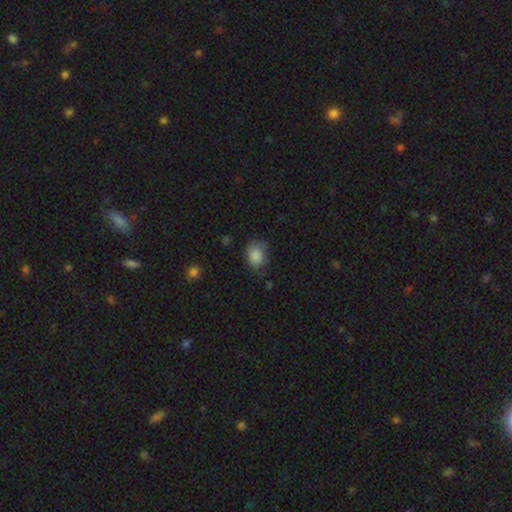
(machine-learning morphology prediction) Smooth or featured: smooth — 86% (star or artifact — 9%)
How rounded: in between — 60% (round — 39%)
Merging: none — 61% (minor disturbance — 28%)